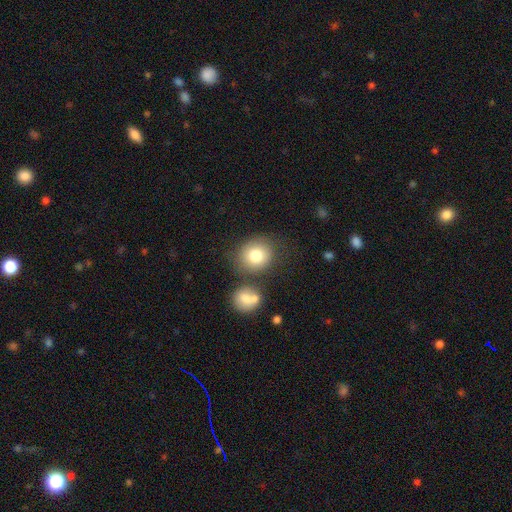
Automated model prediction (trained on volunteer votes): smooth 80%, featured or disk 11%, star or artifact 10%. Down the decision tree: how rounded — round (80%); merging — none (70%).